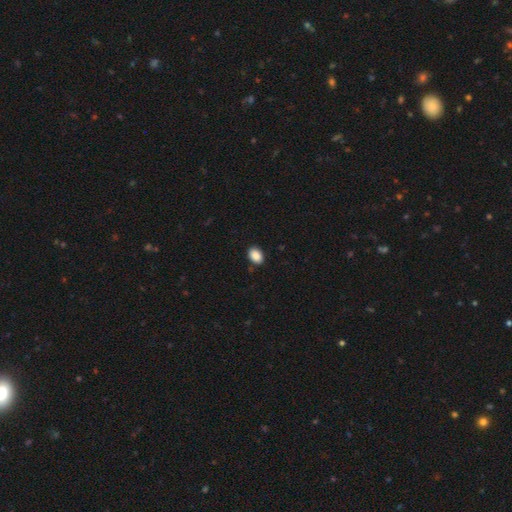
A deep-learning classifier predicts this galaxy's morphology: Smooth or featured? smooth (89%)
How rounded? in between (76%)
Merging? none (88%)